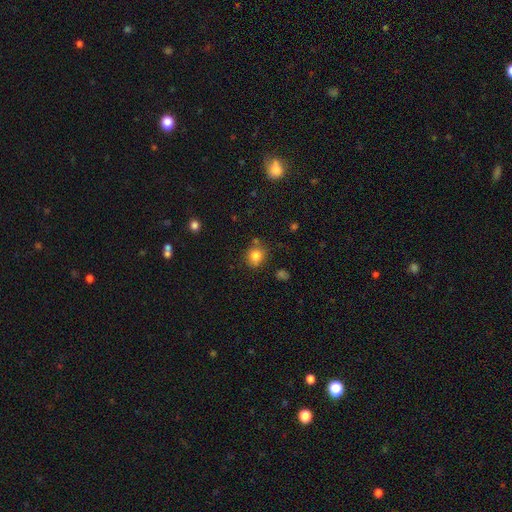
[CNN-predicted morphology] A smooth galaxy with no disk features (82%) that is round (77%). Merging: none (76%).